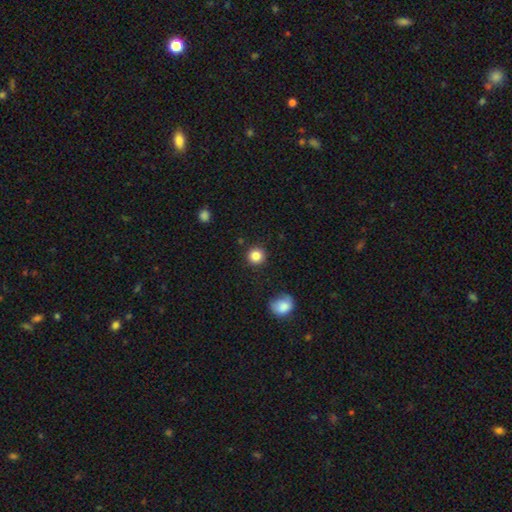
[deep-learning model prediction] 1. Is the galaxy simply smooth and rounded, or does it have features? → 86% smooth, 10% star or artifact, 4% featured or disk.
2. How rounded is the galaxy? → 93% round, 6% in between, 1% cigar-shaped.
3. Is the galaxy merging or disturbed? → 89% none, 6% minor disturbance, 2% major disturbance, 2% merger.